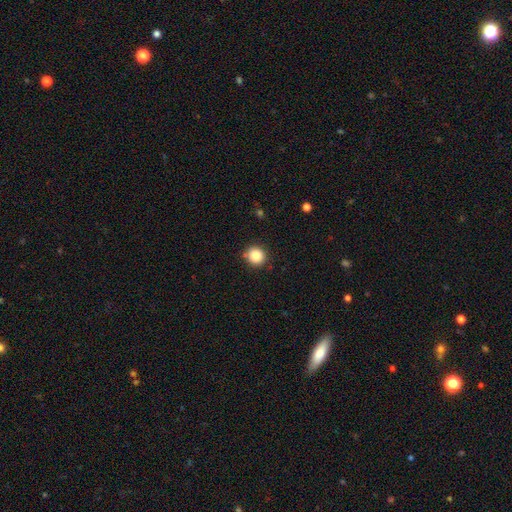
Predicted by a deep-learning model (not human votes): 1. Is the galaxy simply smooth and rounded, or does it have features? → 85% smooth, 11% star or artifact, 4% featured or disk.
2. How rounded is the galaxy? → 91% round, 8% in between, 1% cigar-shaped.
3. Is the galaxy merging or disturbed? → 86% none, 10% minor disturbance, 2% major disturbance, 2% merger.